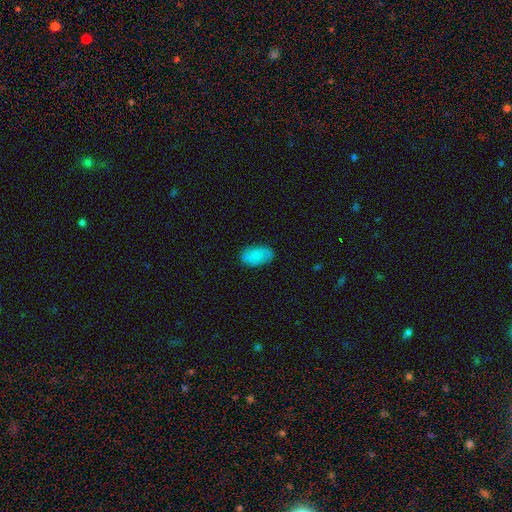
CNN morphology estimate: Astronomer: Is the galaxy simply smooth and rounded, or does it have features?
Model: smooth — 85%.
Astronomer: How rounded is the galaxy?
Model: in between — 94%.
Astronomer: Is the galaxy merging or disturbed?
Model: none — 83%.